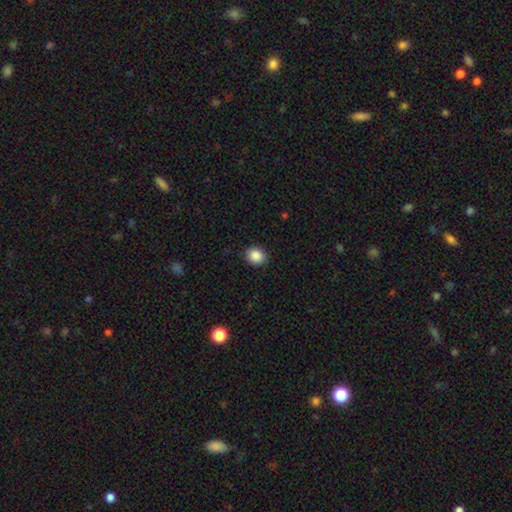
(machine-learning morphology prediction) This is clearly a smooth galaxy (88%). How rounded: likely round (62%). Merging: clearly none (89%).